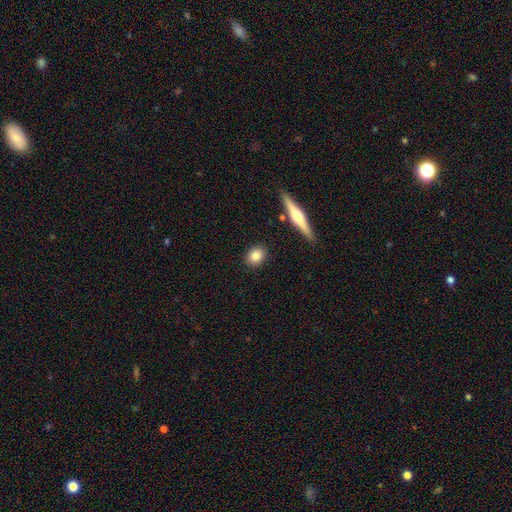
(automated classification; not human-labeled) Morphology: type=smooth (81%); roundness=in between (53%); merging=none (88%).